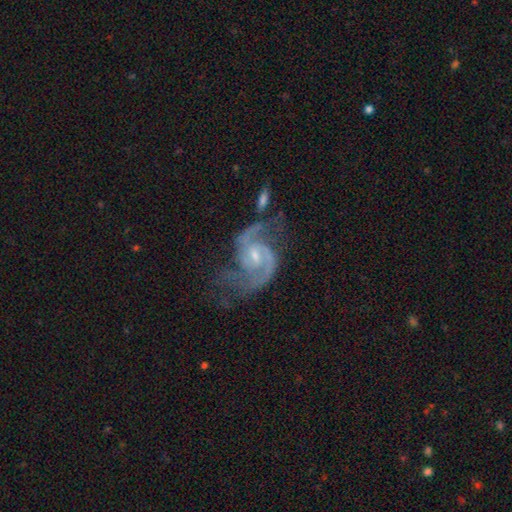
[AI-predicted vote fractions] This appears to be a featured or disk galaxy (92%) with a weak bar (49%), 2 (87%) medium (58%) spiral arms (98%) and a small central bulge (59%). Merging: none (48%).